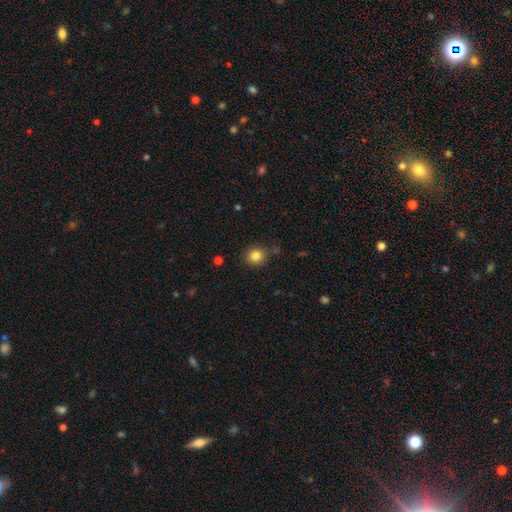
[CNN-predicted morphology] The model was most divided on "merging": none: 82%, minor disturbance: 12%, merger: 3%, major disturbance: 3%. More confident: how rounded — round (86%); smooth or featured — smooth (82%).